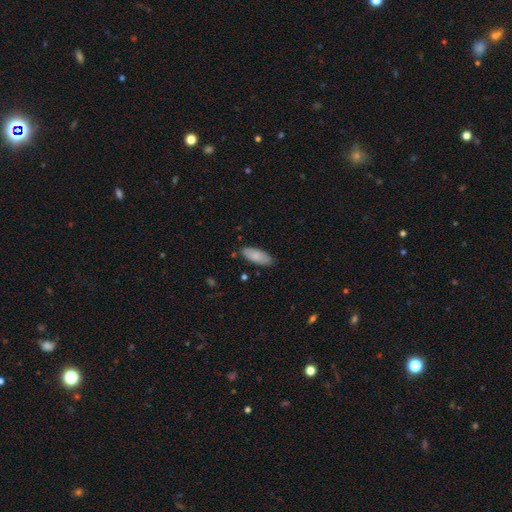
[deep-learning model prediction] smooth_or_featured: smooth (p=0.83) [alt: featured or disk p=0.11]
how_rounded: in between (p=0.80) [alt: cigar-shaped p=0.18]
merging: none (p=0.83) [alt: minor disturbance p=0.13]